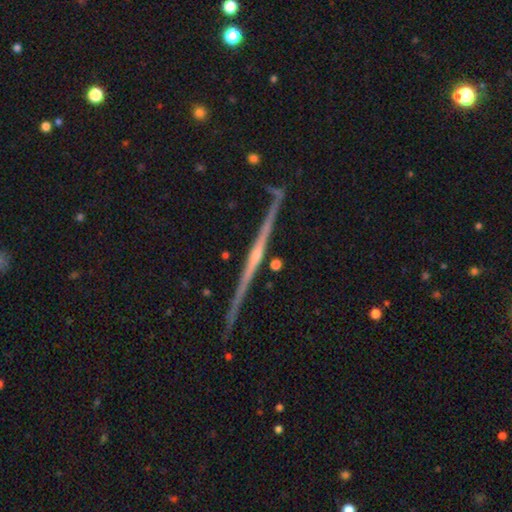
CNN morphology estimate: Smooth or featured?
  - featured or disk: 82% *
  - smooth: 10%
  - star or artifact: 8%
Edge-on disk?
  - yes: 98% *
  - no: 2%
Edge-on bulge?
  - rounded: 58% *
  - none: 33%
  - boxy: 9%
Merging?
  - none: 82% *
  - minor disturbance: 12%
  - merger: 3%
  - major disturbance: 3%